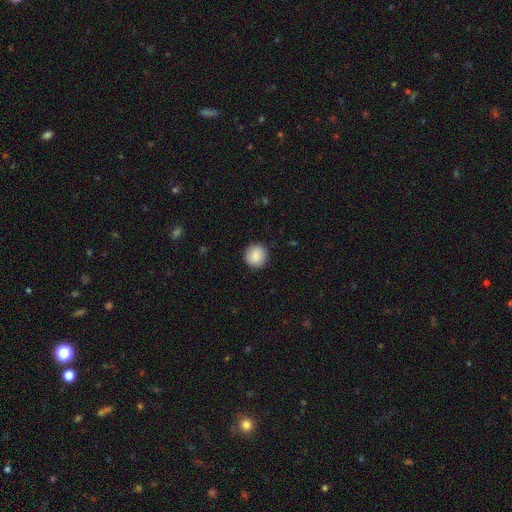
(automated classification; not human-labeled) A smooth galaxy with no disk features (88%) that is round (91%). Merging: none (89%).